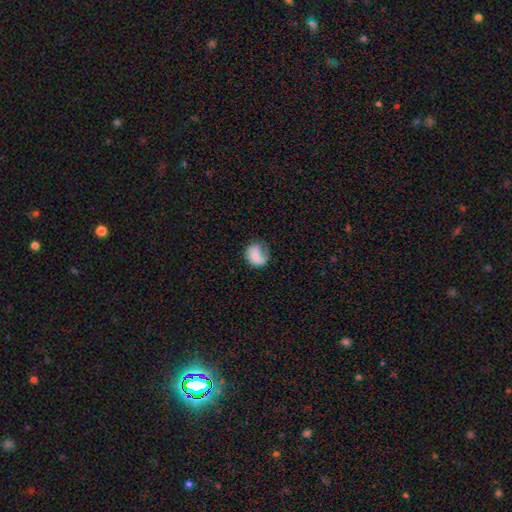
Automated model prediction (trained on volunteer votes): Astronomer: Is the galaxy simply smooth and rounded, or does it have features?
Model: smooth — 65%.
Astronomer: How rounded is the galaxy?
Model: round — 62%.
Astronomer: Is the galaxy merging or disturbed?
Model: none — 43% (runner-up: minor disturbance, 30%).